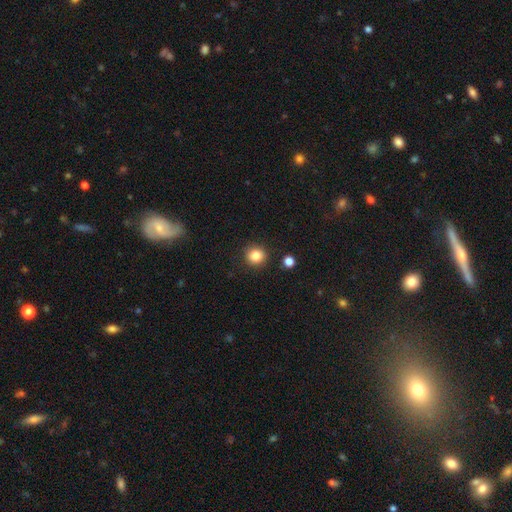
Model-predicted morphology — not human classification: Smooth or featured?
  - smooth: 84% *
  - star or artifact: 11%
  - featured or disk: 5%
How rounded?
  - round: 91% *
  - in between: 8%
  - cigar-shaped: 1%
Merging?
  - none: 90% *
  - minor disturbance: 6%
  - merger: 2%
  - major disturbance: 2%